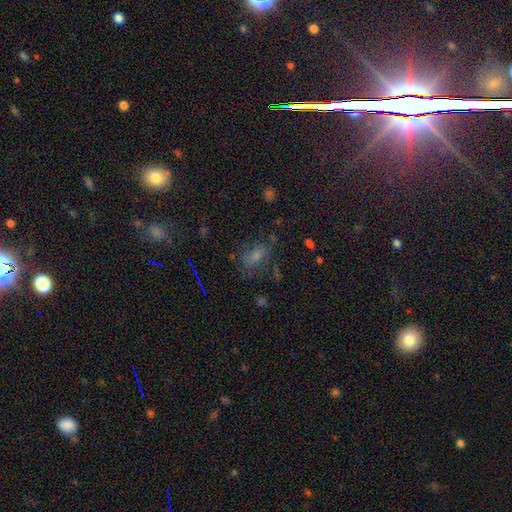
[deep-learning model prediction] This is marginally a star or artifact rather than a galaxy (39%, tied with smooth).